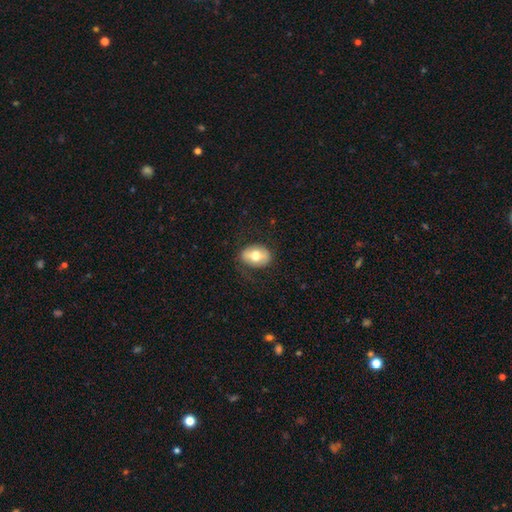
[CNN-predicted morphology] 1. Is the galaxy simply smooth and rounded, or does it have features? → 62% smooth, 31% featured or disk, 7% star or artifact.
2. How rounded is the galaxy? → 72% in between, 27% round, 1% cigar-shaped.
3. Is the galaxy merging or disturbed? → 76% none, 16% minor disturbance, 7% major disturbance, 1% merger.